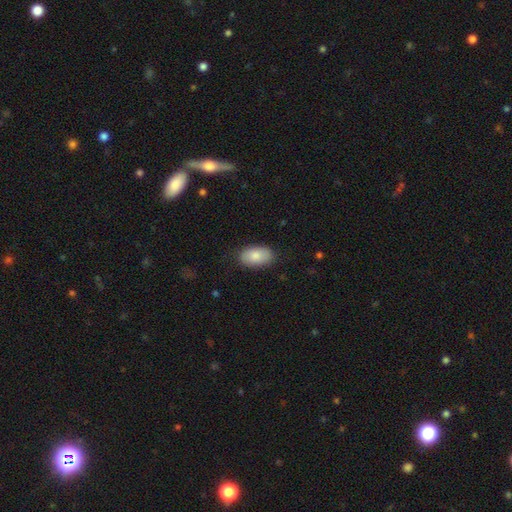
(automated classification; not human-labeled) Q: Smooth or featured?
A: smooth (85%); runner-up: featured or disk (9%)
Q: How rounded?
A: in between (94%); runner-up: round (4%)
Q: Merging?
A: none (84%); runner-up: minor disturbance (12%)